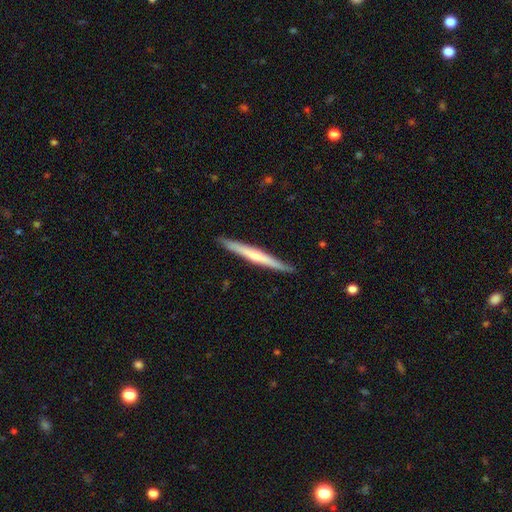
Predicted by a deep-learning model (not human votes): A featured or disk galaxy (57%) viewed edge-on (97%) with a rounded central bulge (50%). Merging: none (91%).